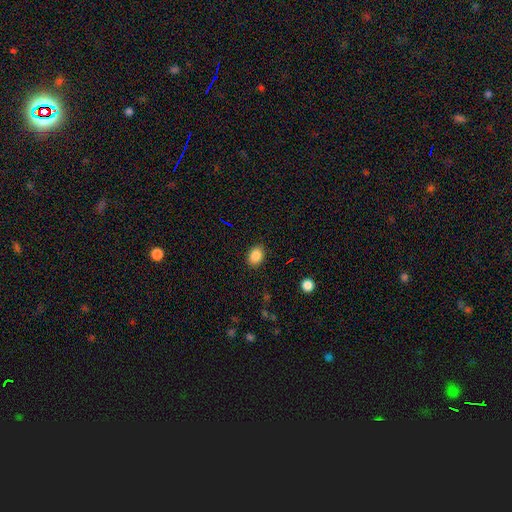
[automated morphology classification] Overall: smooth (87%). How rounded: in between (70%). Merging: none (88%).